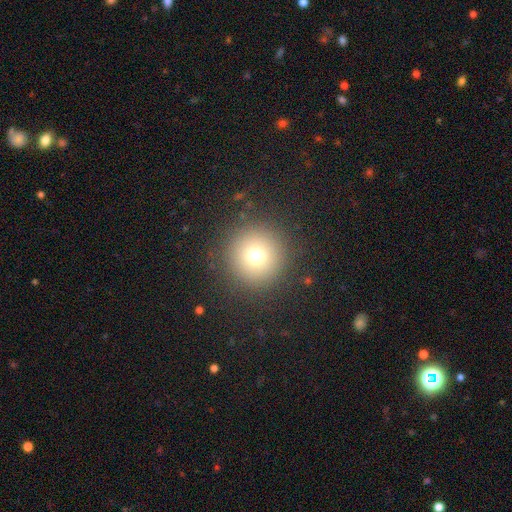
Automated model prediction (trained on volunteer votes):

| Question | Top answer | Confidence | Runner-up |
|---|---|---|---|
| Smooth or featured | smooth | 72% | star or artifact (18%) |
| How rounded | round | 96% | in between (3%) |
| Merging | none | 89% | minor disturbance (6%) |